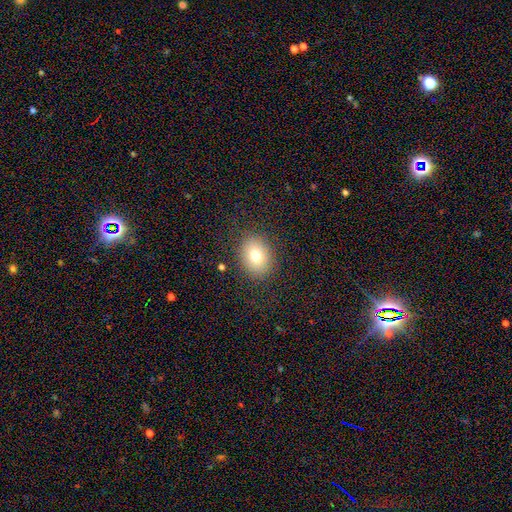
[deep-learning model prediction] Smooth or featured? smooth (76%)
How rounded? in between (54%)
Merging? none (86%)